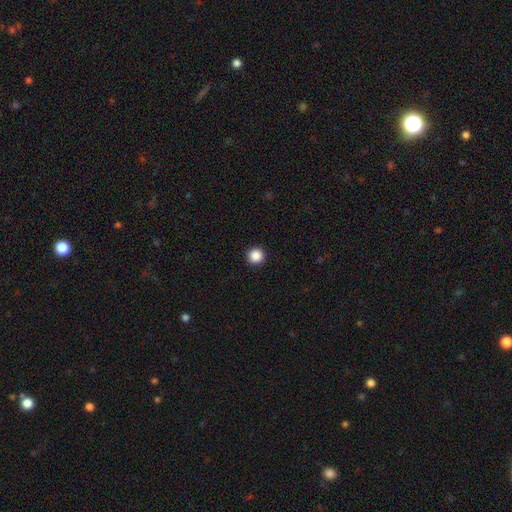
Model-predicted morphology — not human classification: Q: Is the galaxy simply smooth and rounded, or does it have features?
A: smooth — 88%.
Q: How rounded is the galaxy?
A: round — 97%.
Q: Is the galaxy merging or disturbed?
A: none — 94%.